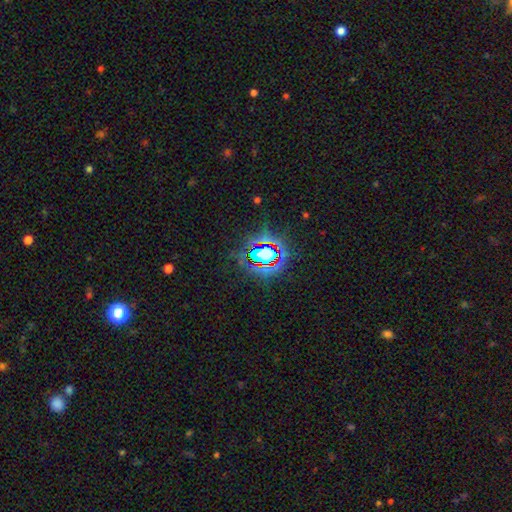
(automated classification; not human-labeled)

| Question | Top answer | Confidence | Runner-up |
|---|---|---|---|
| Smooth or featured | star or artifact | 80% | smooth (12%) |